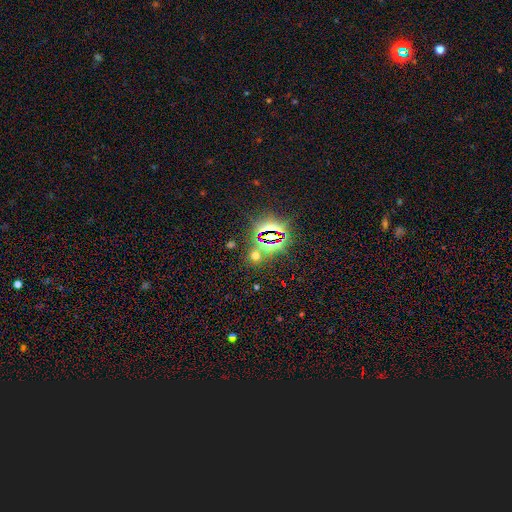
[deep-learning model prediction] Smooth or featured? star or artifact (58%)